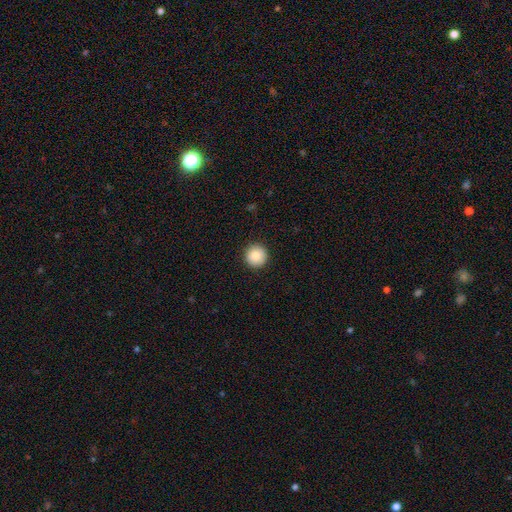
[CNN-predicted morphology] A smooth galaxy with no disk features (87%) that is round (96%).

Vote fractions:
- Smooth or featured? smooth: 87% / star or artifact: 8% / featured or disk: 5%
- How rounded? round: 96% / in between: 3% / cigar-shaped: 1%
- Merging? none: 93% / minor disturbance: 5% / major disturbance: 2% / merger: 1%